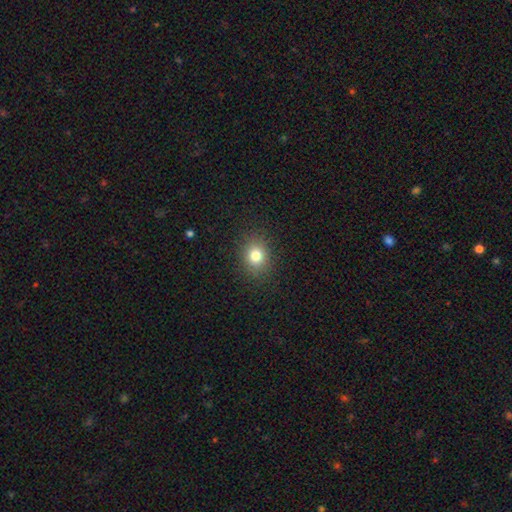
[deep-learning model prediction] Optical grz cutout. It shows a smooth galaxy with no disk features (79%) that is round (58%). Merging: none (88%).